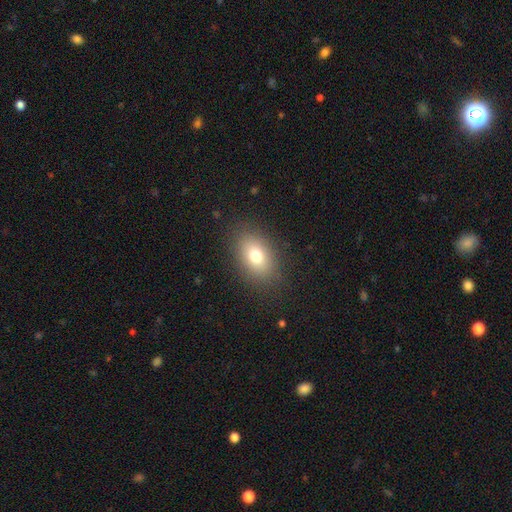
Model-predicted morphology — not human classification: smooth 76%, featured or disk 13%, star or artifact 11%. Down the decision tree: how rounded — in between (81%); merging — none (86%).